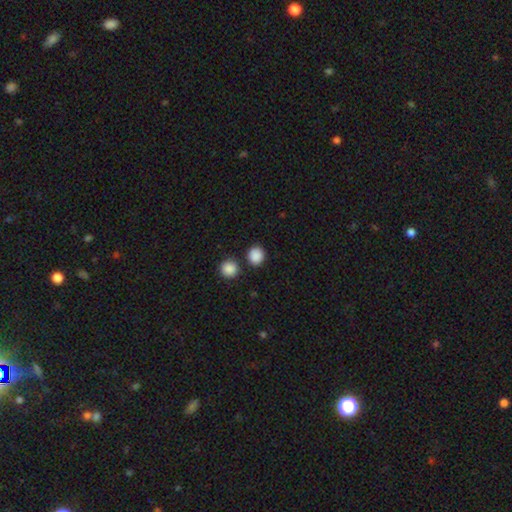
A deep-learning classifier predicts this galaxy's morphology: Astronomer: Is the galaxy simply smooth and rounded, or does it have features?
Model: smooth — 88%.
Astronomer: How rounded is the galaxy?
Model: round — 85%.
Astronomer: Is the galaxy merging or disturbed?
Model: none — 81%.